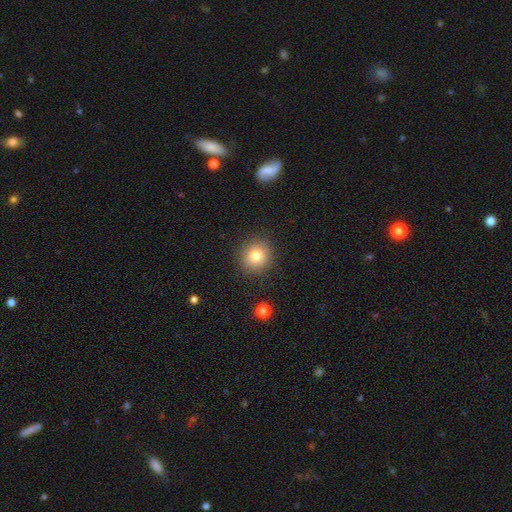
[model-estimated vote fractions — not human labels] smooth 79%, star or artifact 11%, featured or disk 10%. Down the decision tree: how rounded — round (89%); merging — none (88%).